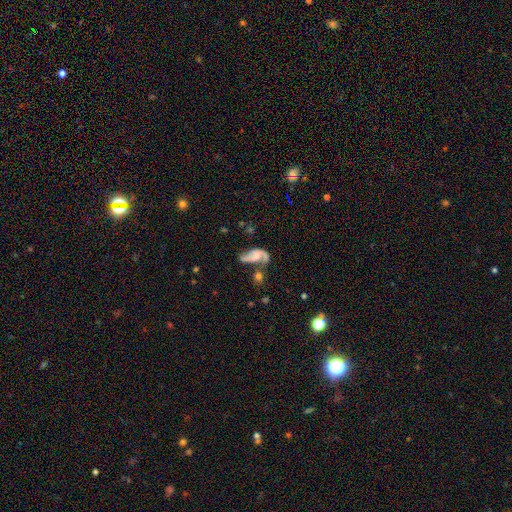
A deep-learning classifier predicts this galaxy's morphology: smooth-or-featured: featured or disk: 76% | smooth: 17% | star or artifact: 8%
  disk-edge-on: no: 96% | yes: 4%
    bar: no: 57% | weak: 33% | strong: 10%
    has-spiral-arms: yes: 91% | no: 9%
      spiral-winding: loose: 55% | medium: 34% | tight: 11%
      spiral-arm-count: 2: 81% | 1: 12% | can't tell: 5% | 3: 1% | 4: 1% | more than 4: 1%
    bulge-size: small: 43% | moderate: 36% | none: 15% | large: 5% | dominant: 2%
  merging: none: 34% | merger: 26% | major disturbance: 21% | minor disturbance: 19%